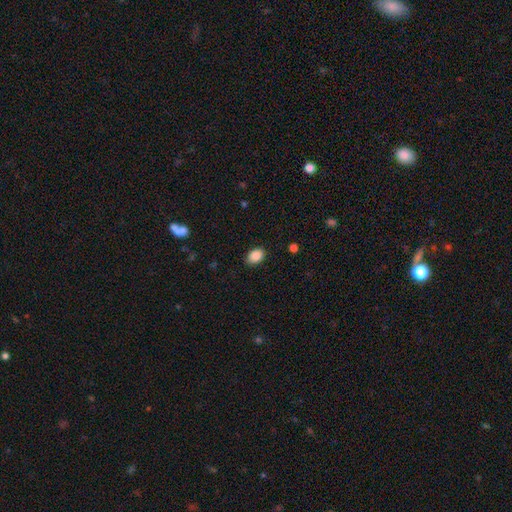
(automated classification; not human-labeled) Smooth or featured? smooth (89%)
How rounded? in between (78%)
Merging? none (87%)